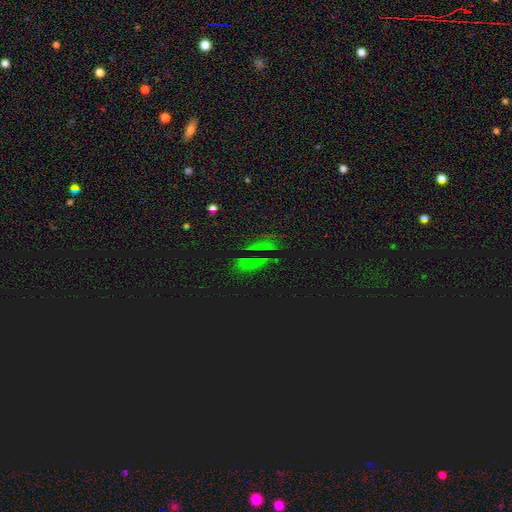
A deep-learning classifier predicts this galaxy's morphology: Smooth or featured?
  - star or artifact: 59% *
  - smooth: 30%
  - featured or disk: 11%